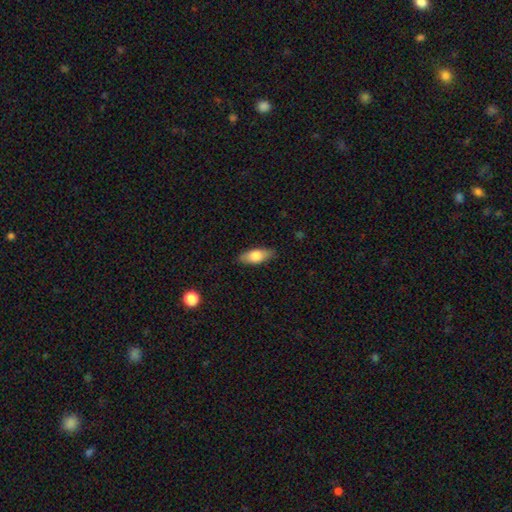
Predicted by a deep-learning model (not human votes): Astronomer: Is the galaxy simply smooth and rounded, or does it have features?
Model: smooth — 73%.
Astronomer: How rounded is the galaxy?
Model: in between — 76%.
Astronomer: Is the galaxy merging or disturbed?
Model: none — 85%.